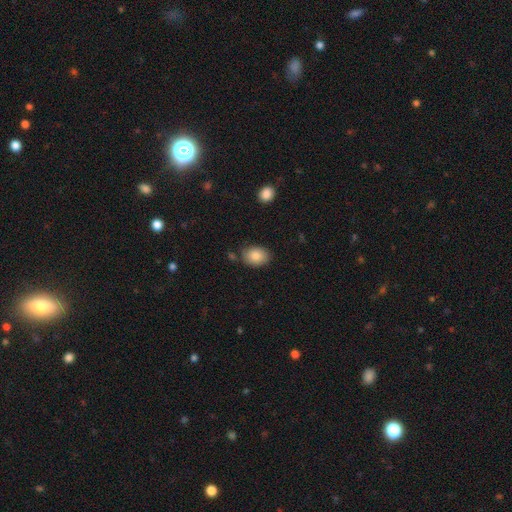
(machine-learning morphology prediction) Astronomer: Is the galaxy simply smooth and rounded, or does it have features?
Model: smooth — 86%.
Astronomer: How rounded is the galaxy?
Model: in between — 72%.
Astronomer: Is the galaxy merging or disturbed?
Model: none — 79%.